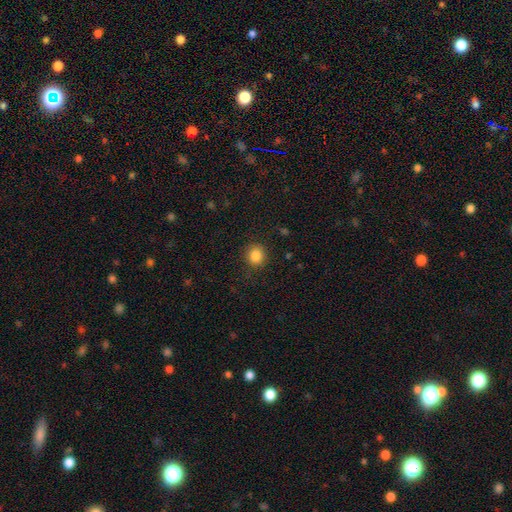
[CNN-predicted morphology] type=smooth (85%); roundness=round (85%); merging=none (88%).